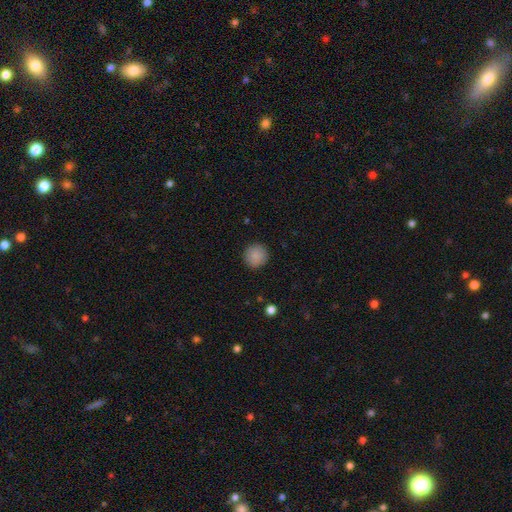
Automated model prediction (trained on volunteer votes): Smooth or featured? smooth (87%)
How rounded? round (95%)
Merging? none (91%)